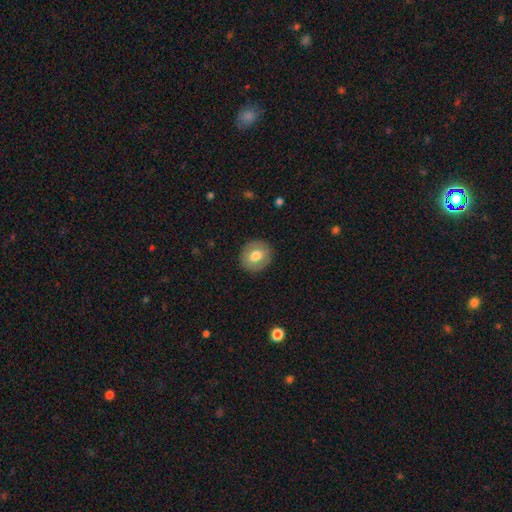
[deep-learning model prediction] Smooth or featured: smooth — 73% (featured or disk — 20%)
How rounded: round — 82% (in between — 18%)
Merging: none — 89% (minor disturbance — 7%)